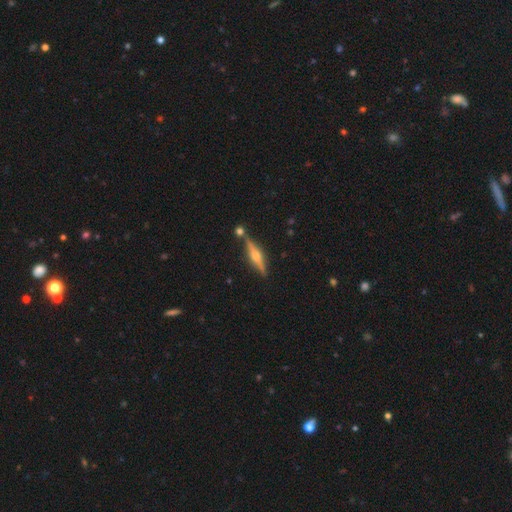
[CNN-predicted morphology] type=featured or disk (75%); edge-on=yes (97%); edge-on bulge=rounded (90%); merging=none (80%).